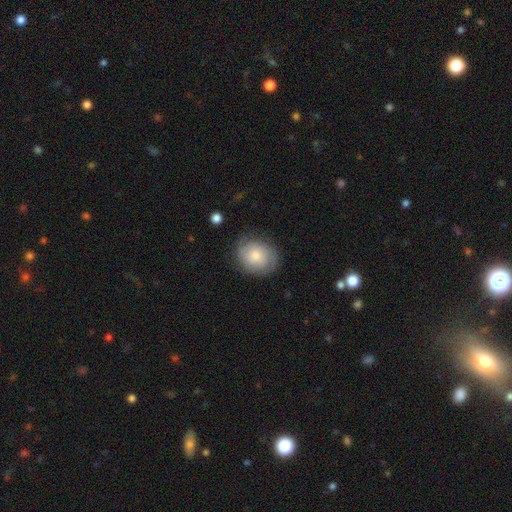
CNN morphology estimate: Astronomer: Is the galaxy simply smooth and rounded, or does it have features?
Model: smooth — 67%.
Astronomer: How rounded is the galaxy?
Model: round — 58% (runner-up: in between, 41%).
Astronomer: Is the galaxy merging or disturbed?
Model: none — 76%.